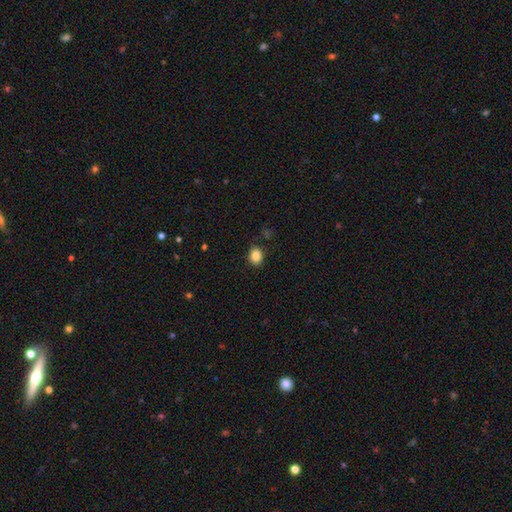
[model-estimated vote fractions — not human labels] Smooth or featured: smooth — 85% (star or artifact — 10%)
How rounded: round — 50% (in between — 49%)
Merging: none — 85% (minor disturbance — 11%)